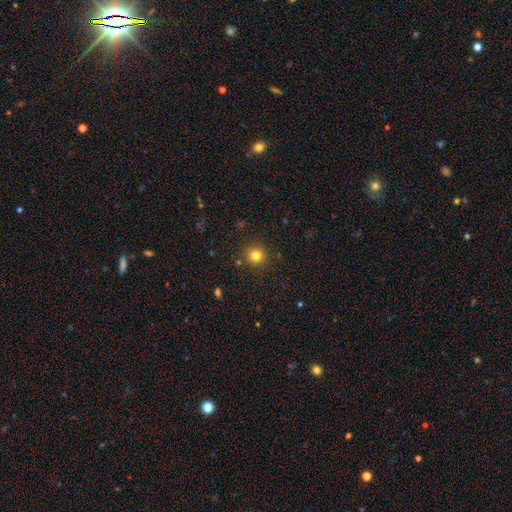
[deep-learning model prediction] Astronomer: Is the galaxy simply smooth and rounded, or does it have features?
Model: smooth — 81%.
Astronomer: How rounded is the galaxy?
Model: round — 94%.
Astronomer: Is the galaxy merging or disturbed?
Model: none — 90%.